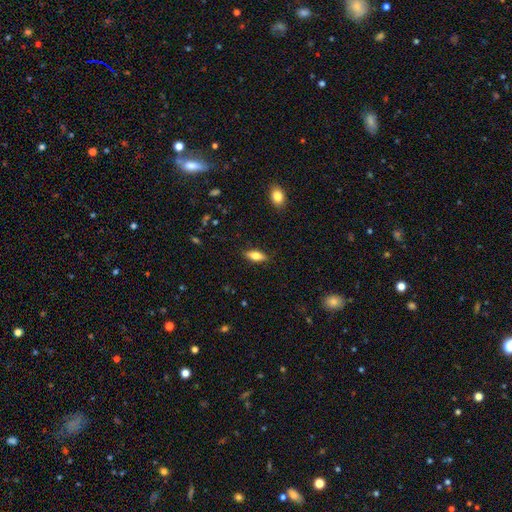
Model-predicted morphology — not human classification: A smooth galaxy with no disk features (68%) that is in between round and cigar-shaped (76%). Merging: none (87%).